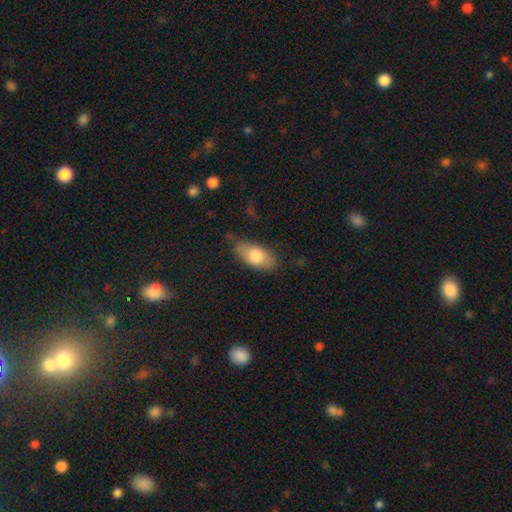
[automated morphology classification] Smooth or featured? smooth (77%)
How rounded? in between (90%)
Merging? none (64%)